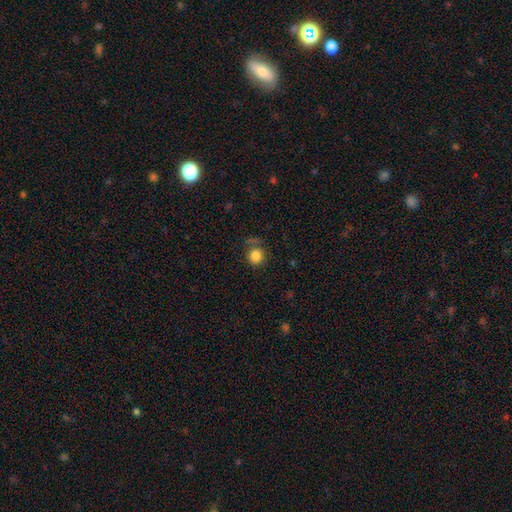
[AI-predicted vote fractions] Overall: smooth (84%). How rounded: round (89%). Merging: none (71%).